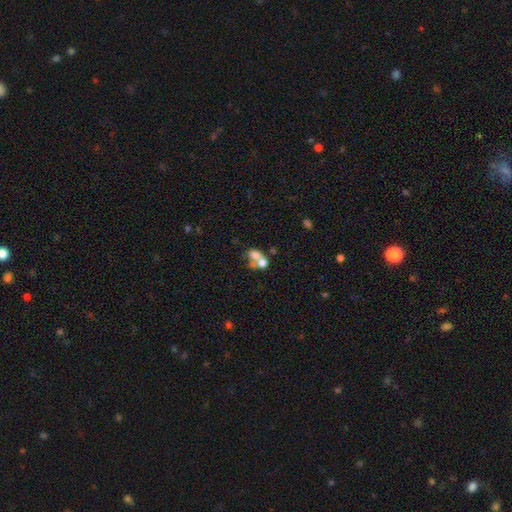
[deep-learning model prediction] A smooth galaxy with no disk features (62%) that is in between round and cigar-shaped (54%).

Vote fractions:
- Smooth or featured? smooth: 62% / featured or disk: 25% / star or artifact: 13%
- How rounded? in between: 54% / round: 45% / cigar-shaped: 1%
- Merging? merger: 64% / none: 22% / minor disturbance: 7% / major disturbance: 7%